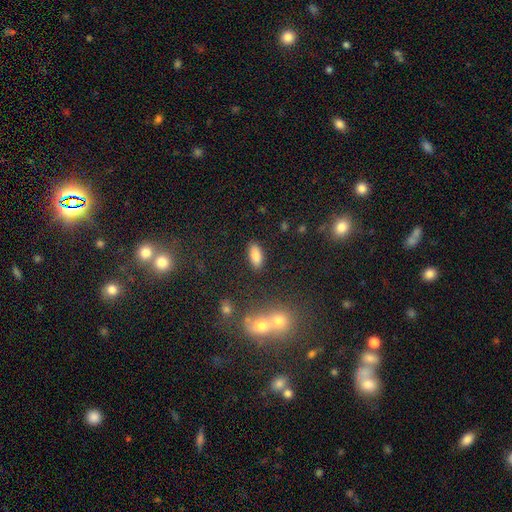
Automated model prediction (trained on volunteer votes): This appears to be a smooth galaxy with no disk features (86%) that is in between round and cigar-shaped (87%). Merging: none (87%).